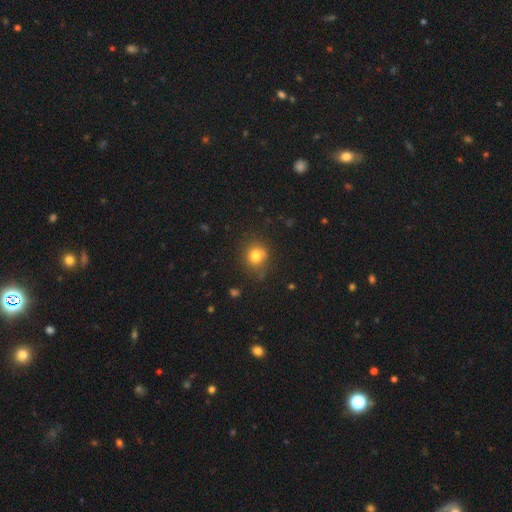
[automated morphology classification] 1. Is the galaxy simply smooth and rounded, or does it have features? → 78% smooth, 13% star or artifact, 9% featured or disk.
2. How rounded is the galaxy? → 80% round, 19% in between, 1% cigar-shaped.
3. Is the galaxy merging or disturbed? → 71% none, 19% minor disturbance, 6% major disturbance, 4% merger.